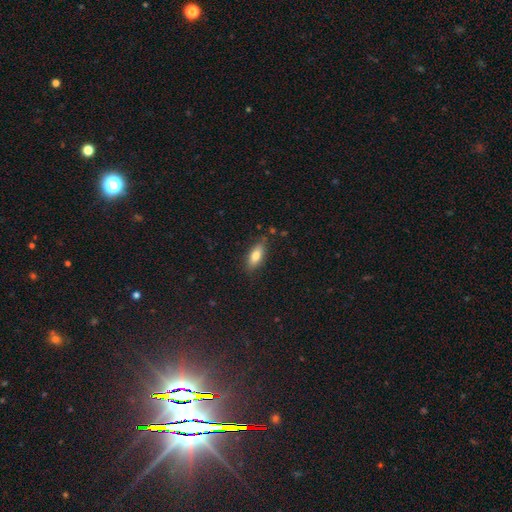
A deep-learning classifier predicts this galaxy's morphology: smooth 77%, featured or disk 15%, star or artifact 7%. Down the decision tree: how rounded — in between (75%); merging — none (80%).